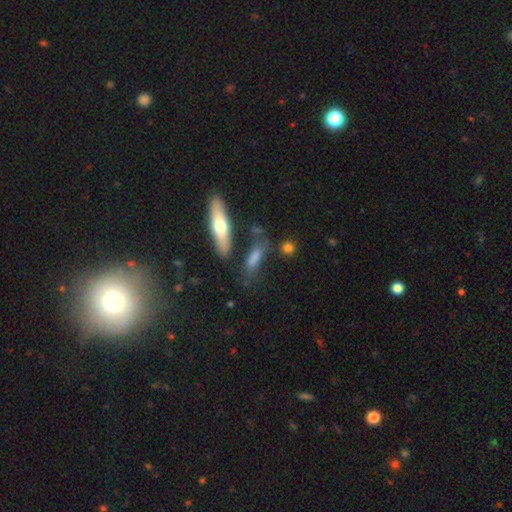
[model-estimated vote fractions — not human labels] smooth 63%, featured or disk 26%, star or artifact 11%. Down the decision tree: how rounded — cigar-shaped (59%); merging — none (65%).